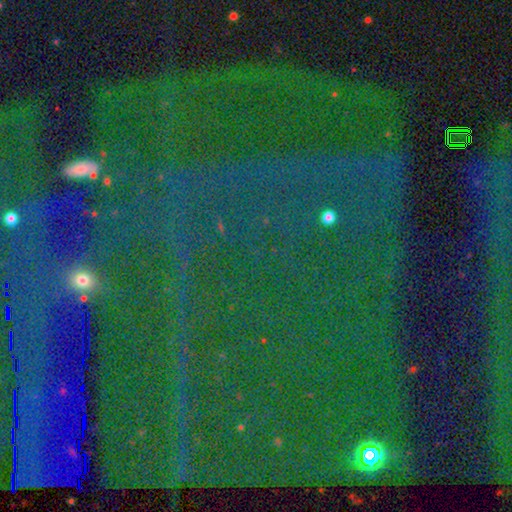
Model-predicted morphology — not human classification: The model was most divided on "smooth or featured": star or artifact: 85%, smooth: 8%, featured or disk: 7%.